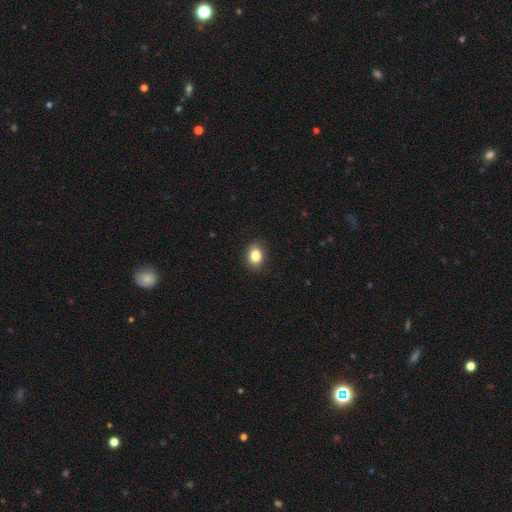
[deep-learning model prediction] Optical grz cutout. It shows a smooth galaxy with no disk features (84%) that is in between round and cigar-shaped (64%). Merging: none (88%).